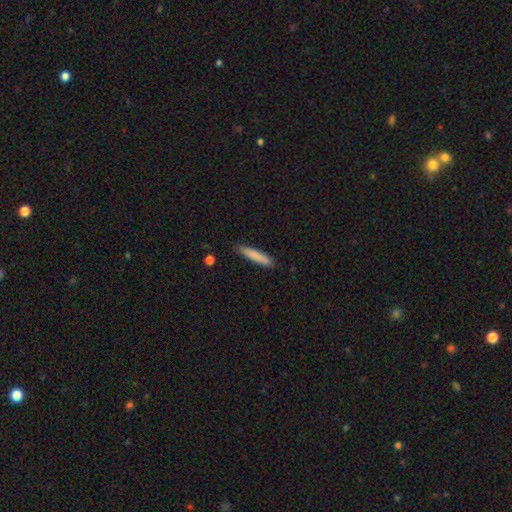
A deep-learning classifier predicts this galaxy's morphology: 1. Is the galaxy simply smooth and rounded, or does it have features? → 82% smooth, 12% featured or disk, 6% star or artifact.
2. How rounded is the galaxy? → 91% cigar-shaped, 8% in between, 1% round.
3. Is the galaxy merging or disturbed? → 87% none, 10% minor disturbance, 2% major disturbance, 1% merger.